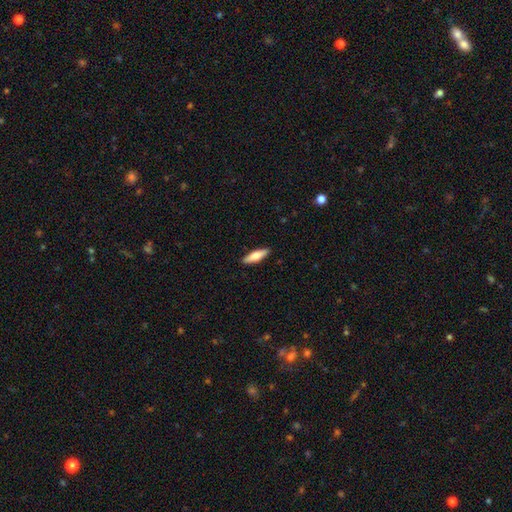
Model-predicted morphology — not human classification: The model was most divided on "how rounded": cigar-shaped: 59%, in between: 39%, round: 2%. More confident: merging — none (89%); smooth or featured — smooth (73%).